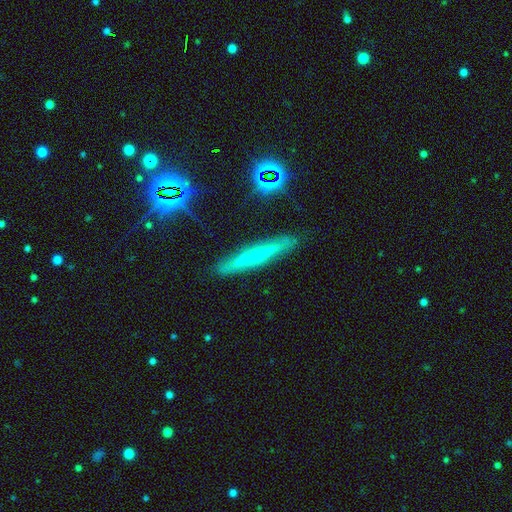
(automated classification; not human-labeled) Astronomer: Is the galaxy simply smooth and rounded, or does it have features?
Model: featured or disk — 59%.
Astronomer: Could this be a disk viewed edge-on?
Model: yes — 91%.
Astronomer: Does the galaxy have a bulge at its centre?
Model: rounded — 65%.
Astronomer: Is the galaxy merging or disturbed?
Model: none — 85%.